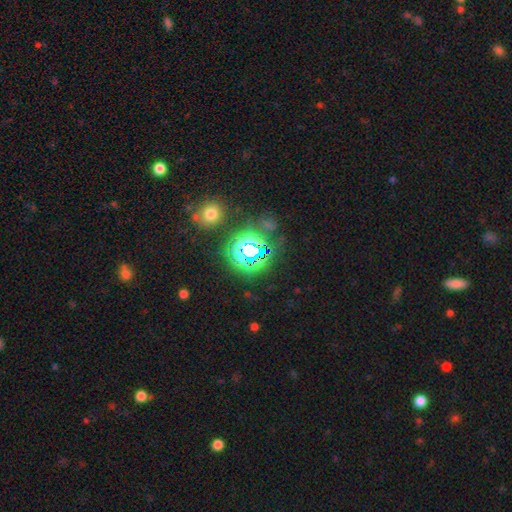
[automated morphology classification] Q: Smooth or featured?
A: star or artifact (74%); runner-up: smooth (17%)